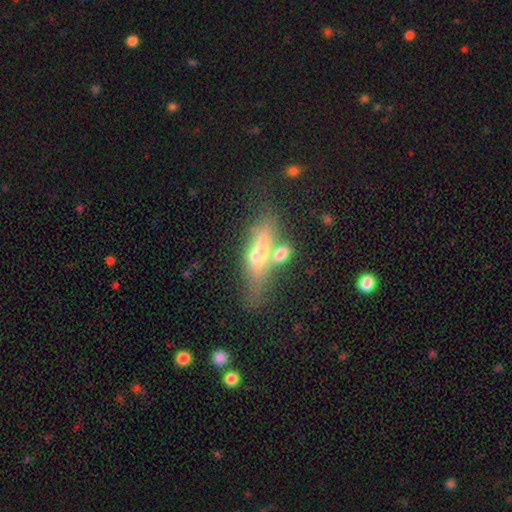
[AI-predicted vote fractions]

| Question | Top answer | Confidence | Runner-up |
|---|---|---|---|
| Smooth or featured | featured or disk | 47% | smooth (43%) |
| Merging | none | 36% | merger (33%) |